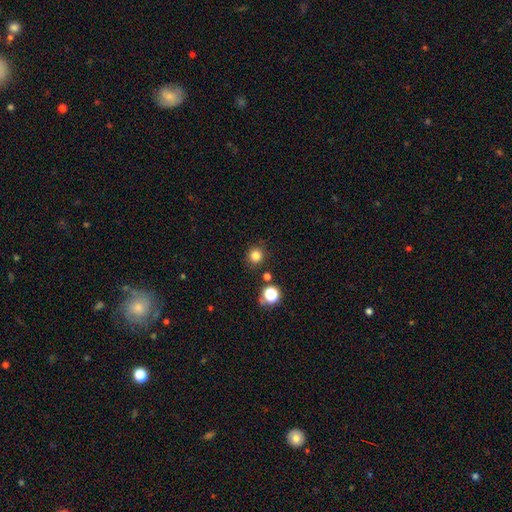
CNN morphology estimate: This is clearly a smooth galaxy (80%). How rounded: clearly round (93%). Merging: clearly none (86%).